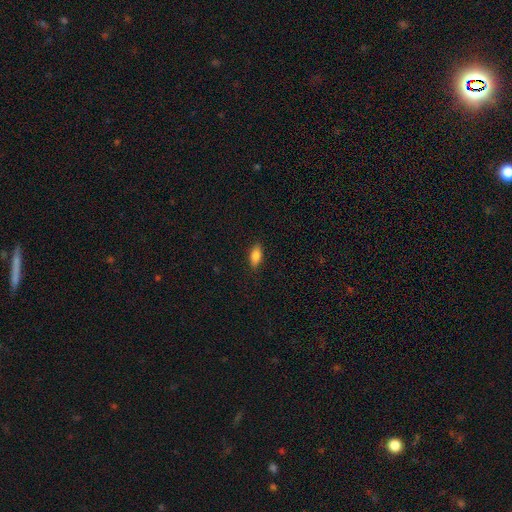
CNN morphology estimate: Smooth or featured: smooth — 84% (featured or disk — 9%)
How rounded: in between — 86% (cigar-shaped — 11%)
Merging: none — 88% (minor disturbance — 9%)